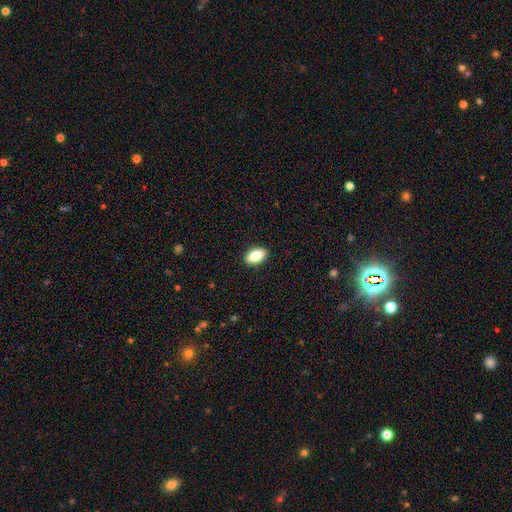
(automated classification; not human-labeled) A smooth galaxy with no disk features (80%) that is in between round and cigar-shaped (89%). Merging: none (89%).